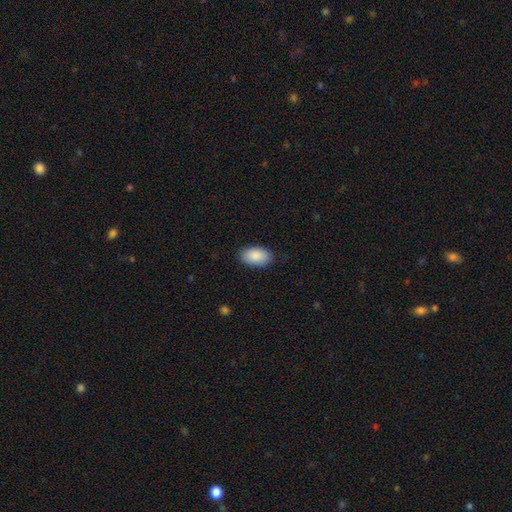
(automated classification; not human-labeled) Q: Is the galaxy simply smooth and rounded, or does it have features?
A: smooth — 90%.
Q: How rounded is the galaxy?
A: in between — 95%.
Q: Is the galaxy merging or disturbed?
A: none — 87%.